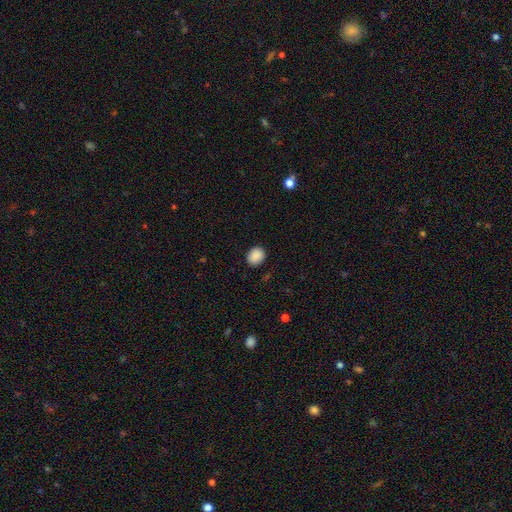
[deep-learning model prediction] Smooth or featured: smooth — 89% (star or artifact — 8%)
How rounded: round — 57% (in between — 42%)
Merging: none — 87% (minor disturbance — 9%)